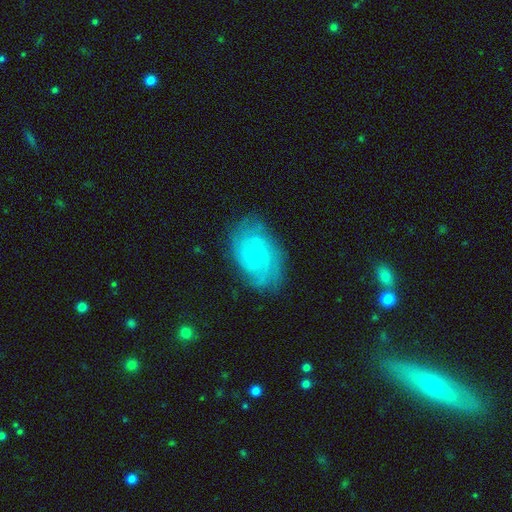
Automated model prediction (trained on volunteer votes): Smooth or featured: featured or disk — 72% (smooth — 20%)
Edge-on disk: no — 96% (yes — 4%)
Bar: no — 58% (weak — 36%)
Spiral arms: yes — 87% (no — 13%)
Spiral winding: tight — 56% (medium — 33%)
Spiral arm count: can't tell — 43% (2 — 32%)
Bulge size: small — 79% (moderate — 17%)
Merging: none — 74% (minor disturbance — 18%)